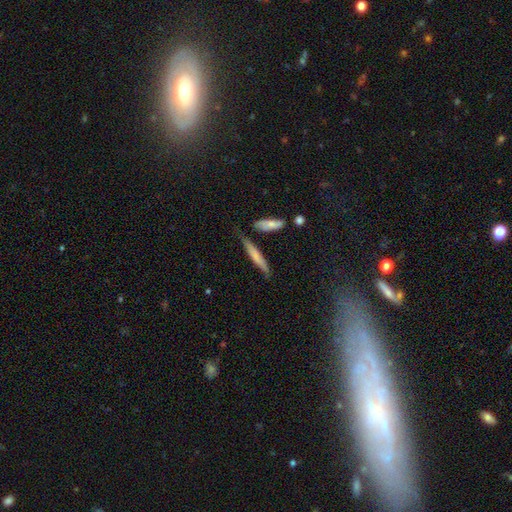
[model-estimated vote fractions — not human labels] A smooth galaxy with no disk features (63%) that is cigar-shaped (90%).

Vote fractions:
- Smooth or featured? smooth: 63% / featured or disk: 31% / star or artifact: 6%
- How rounded? cigar-shaped: 90% / in between: 8% / round: 2%
- Merging? none: 67% / minor disturbance: 19% / merger: 8% / major disturbance: 5%